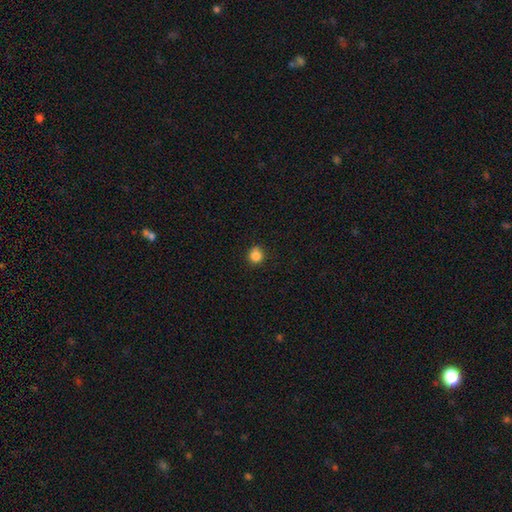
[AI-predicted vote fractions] Q: Smooth or featured?
A: smooth (85%); runner-up: star or artifact (12%)
Q: How rounded?
A: round (86%); runner-up: in between (13%)
Q: Merging?
A: none (85%); runner-up: minor disturbance (12%)